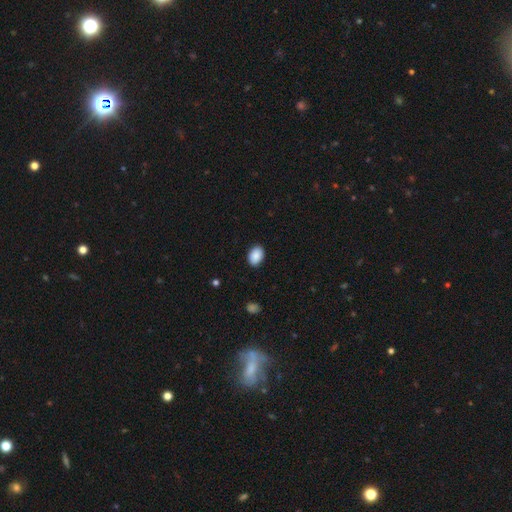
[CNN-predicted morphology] Q: Smooth or featured?
A: smooth (90%); runner-up: star or artifact (7%)
Q: How rounded?
A: in between (80%); runner-up: round (19%)
Q: Merging?
A: none (88%); runner-up: minor disturbance (8%)